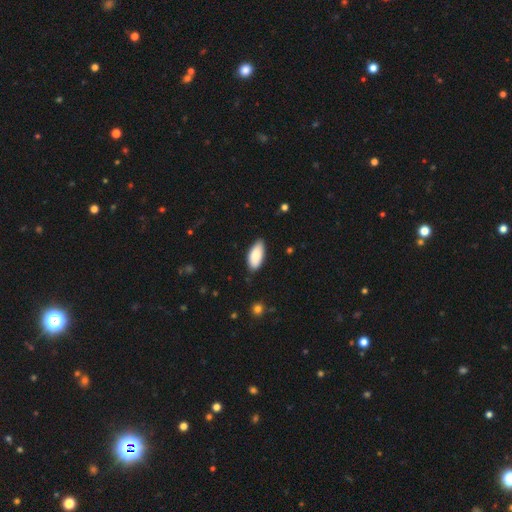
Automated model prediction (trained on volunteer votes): smooth-or-featured: smooth: 88% | featured or disk: 6% | star or artifact: 6%
  how-rounded: in between: 91% | cigar-shaped: 8% | round: 2%
  merging: none: 79% | minor disturbance: 17% | major disturbance: 2% | merger: 1%